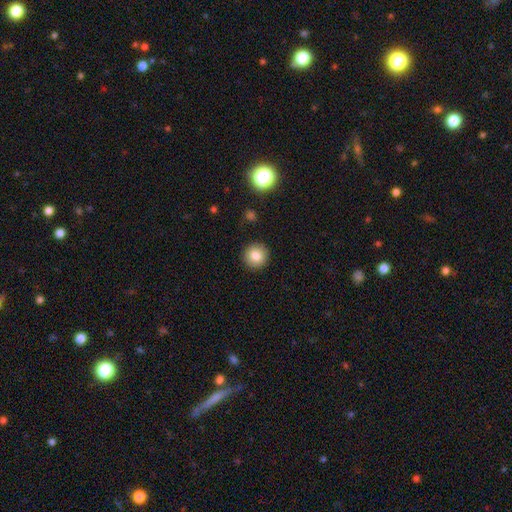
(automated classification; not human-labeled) Smooth or featured? smooth (83%)
How rounded? round (95%)
Merging? none (92%)